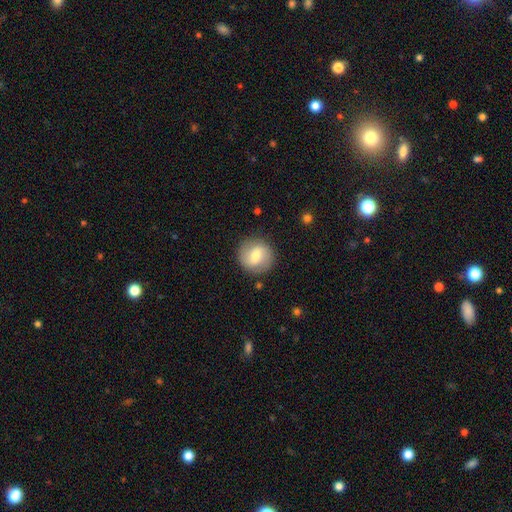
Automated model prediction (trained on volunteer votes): smooth_or_featured: smooth (p=0.52) [alt: featured or disk p=0.41]
how_rounded: round (p=0.92) [alt: in between p=0.07]
merging: none (p=0.86) [alt: minor disturbance p=0.09]